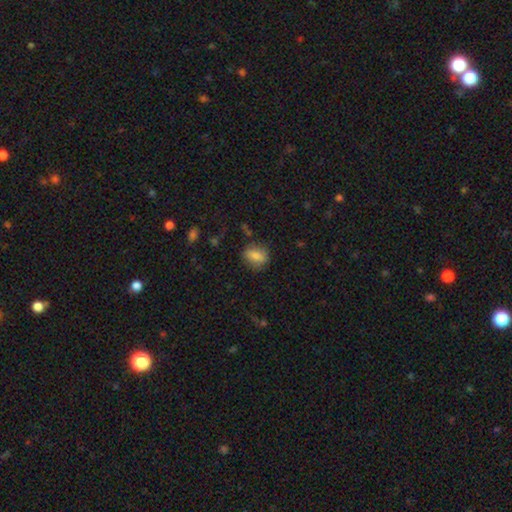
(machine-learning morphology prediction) Smooth or featured?
  - smooth: 79% *
  - featured or disk: 12%
  - star or artifact: 9%
How rounded?
  - in between: 58% *
  - round: 38%
  - cigar-shaped: 4%
Merging?
  - none: 77% *
  - minor disturbance: 16%
  - major disturbance: 5%
  - merger: 2%